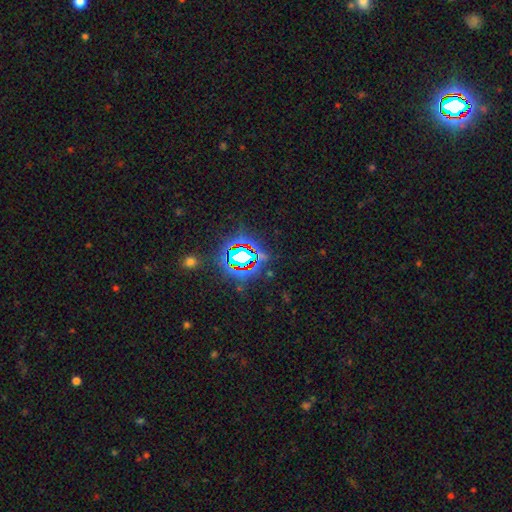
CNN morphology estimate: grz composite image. It shows a star or artifact, not a galaxy (77%).